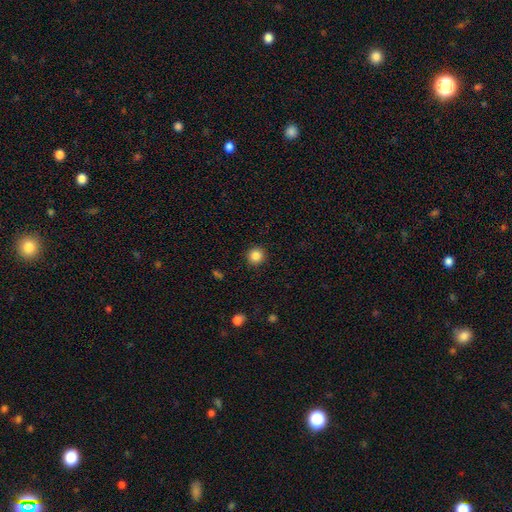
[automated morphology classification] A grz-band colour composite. It shows a smooth galaxy with no disk features (85%) that is round (94%). Merging: none (92%).